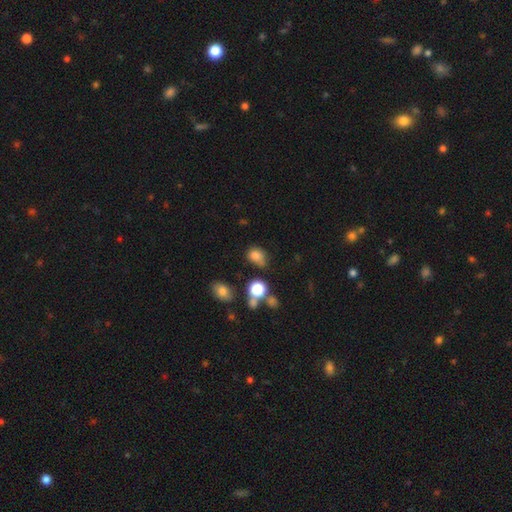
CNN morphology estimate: smooth 78%, star or artifact 14%, featured or disk 8%. Down the decision tree: how rounded — in between (55%); merging — none (52%).